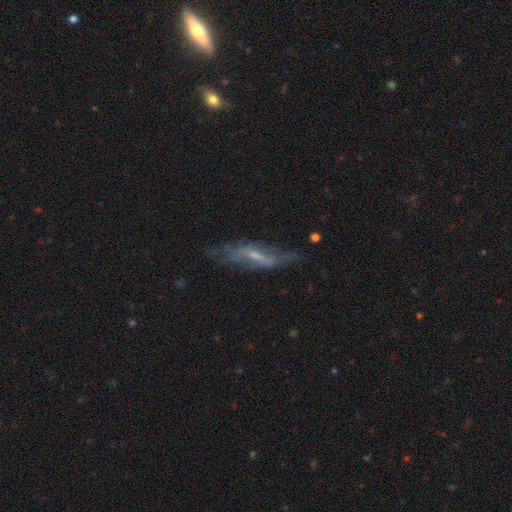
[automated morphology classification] A featured or disk galaxy (65%).

Vote fractions:
- Smooth or featured? featured or disk: 65% / smooth: 26% / star or artifact: 9%
- Edge-on disk? no: 62% / yes: 38%
- Merging? none: 53% / minor disturbance: 26% / major disturbance: 18% / merger: 3%